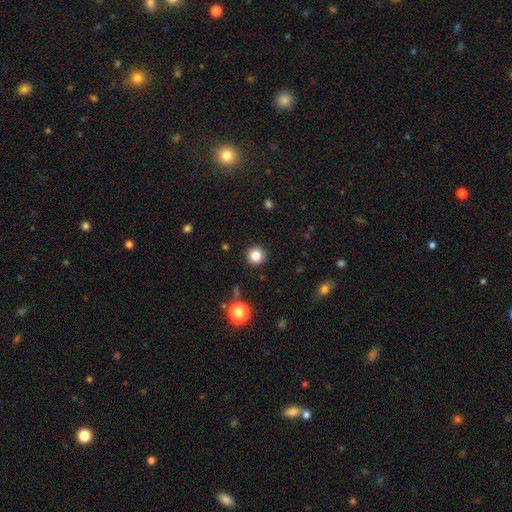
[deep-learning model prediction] A smooth galaxy with no disk features (84%) that is round (95%).

Vote fractions:
- Smooth or featured? smooth: 84% / star or artifact: 12% / featured or disk: 4%
- How rounded? round: 95% / in between: 4% / cigar-shaped: 1%
- Merging? none: 90% / minor disturbance: 6% / major disturbance: 2% / merger: 1%